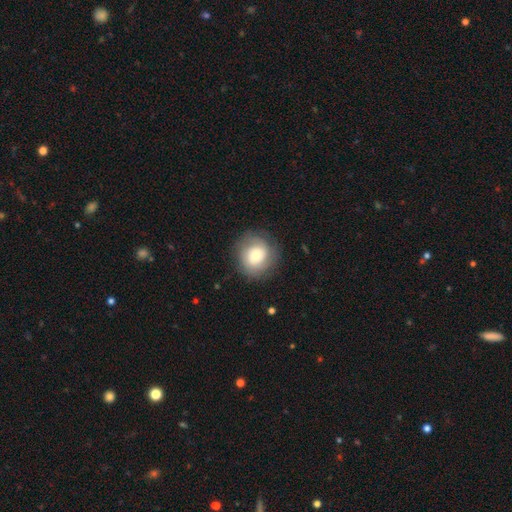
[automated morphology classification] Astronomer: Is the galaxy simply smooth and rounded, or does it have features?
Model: smooth — 62%.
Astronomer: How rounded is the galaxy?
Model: round — 88%.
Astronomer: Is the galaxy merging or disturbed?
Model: none — 80%.